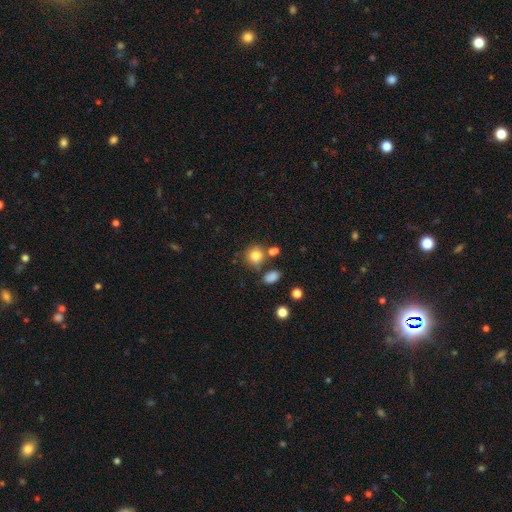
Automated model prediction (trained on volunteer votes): Morphology: type=smooth (81%); roundness=round (80%); merging=none (66%).